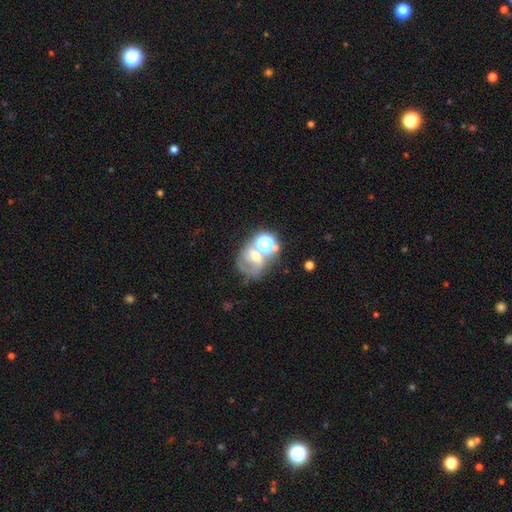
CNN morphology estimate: type=featured or disk (41%); merging=merger (34%).